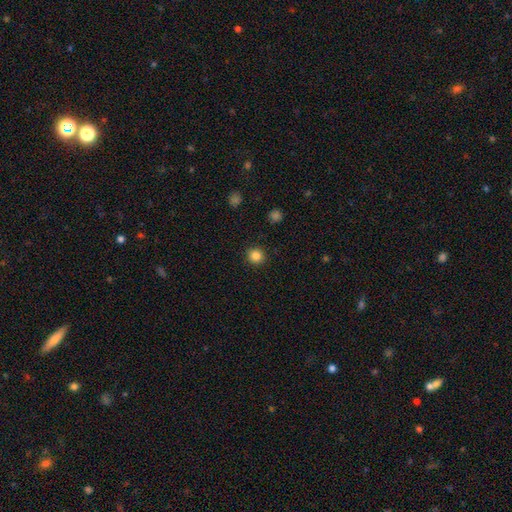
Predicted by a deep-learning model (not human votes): Smooth or featured: smooth — 84% (star or artifact — 12%)
How rounded: round — 93% (in between — 6%)
Merging: none — 92% (minor disturbance — 5%)